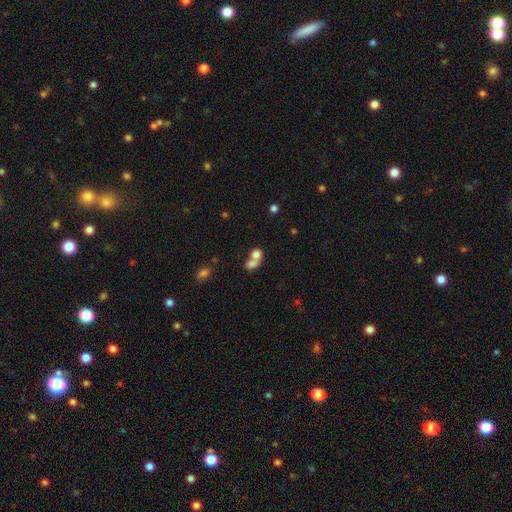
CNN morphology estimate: Smooth or featured: smooth — 75% (featured or disk — 15%)
How rounded: round — 50% (in between — 48%)
Merging: merger — 69% (none — 20%)